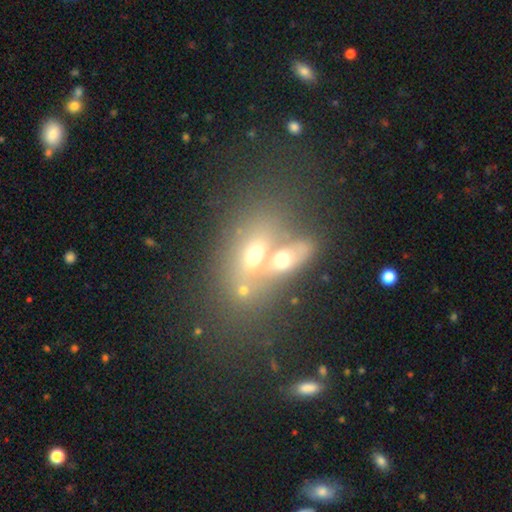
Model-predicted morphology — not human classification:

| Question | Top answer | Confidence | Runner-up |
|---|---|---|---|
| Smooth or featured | smooth | 49% | featured or disk (34%) |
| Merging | merger | 57% | none (27%) |